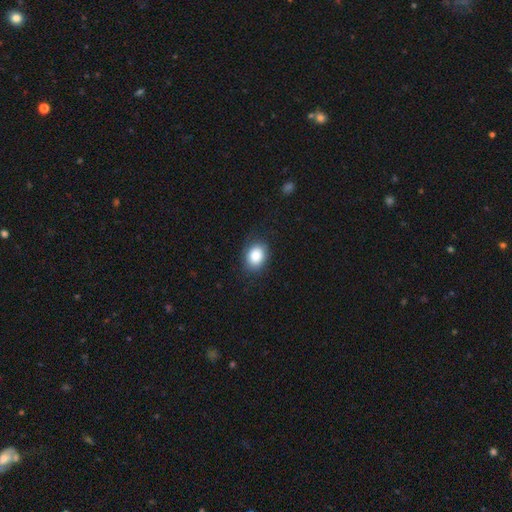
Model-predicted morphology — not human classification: This appears to be a smooth galaxy with no disk features (85%) that is in between round and cigar-shaped (58%). Merging: none (81%).